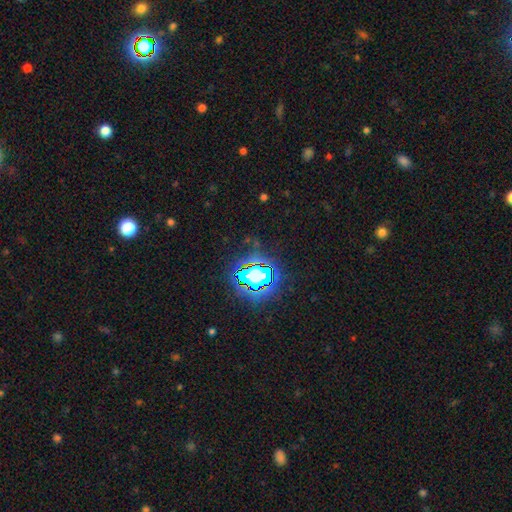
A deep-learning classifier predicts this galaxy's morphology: Smooth or featured? star or artifact (82%)